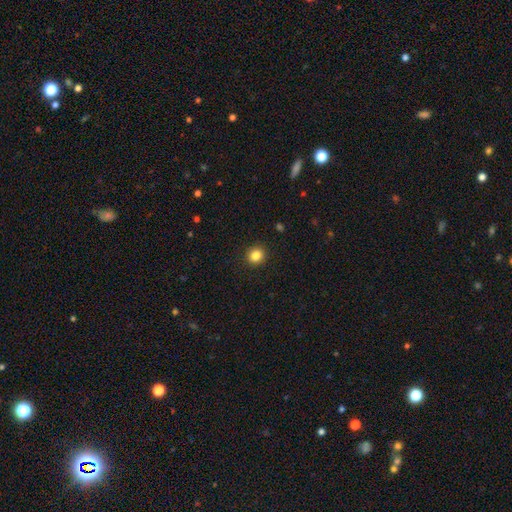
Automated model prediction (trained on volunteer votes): Q: Smooth or featured?
A: smooth (84%); runner-up: star or artifact (11%)
Q: How rounded?
A: round (86%); runner-up: in between (13%)
Q: Merging?
A: none (92%); runner-up: minor disturbance (5%)